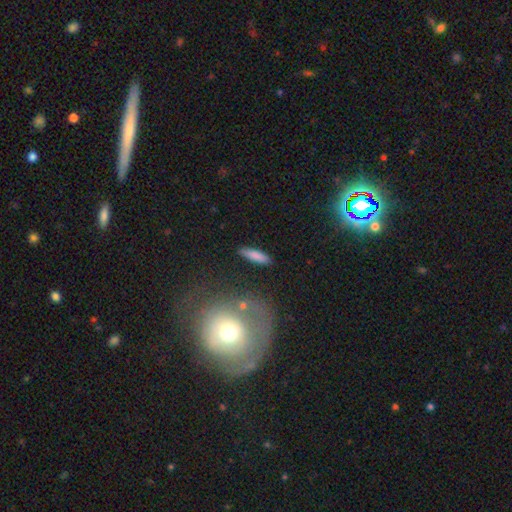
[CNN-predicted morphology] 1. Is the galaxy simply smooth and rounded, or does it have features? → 84% smooth, 10% featured or disk, 6% star or artifact.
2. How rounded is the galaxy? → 73% cigar-shaped, 25% in between, 2% round.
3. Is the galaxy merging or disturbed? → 86% none, 10% minor disturbance, 2% major disturbance, 2% merger.